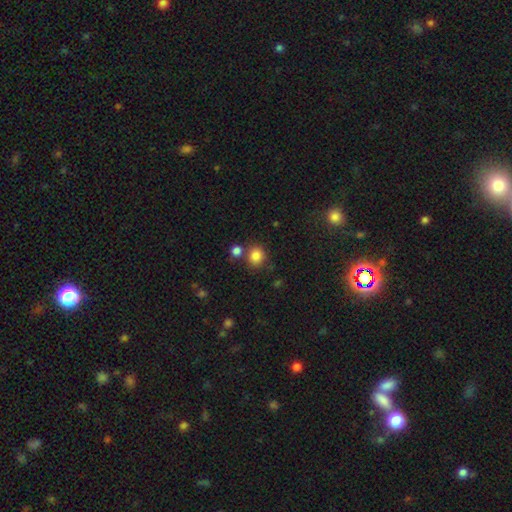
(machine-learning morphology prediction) Q: Smooth or featured?
A: smooth (83%); runner-up: star or artifact (11%)
Q: How rounded?
A: round (83%); runner-up: in between (16%)
Q: Merging?
A: none (71%); runner-up: merger (15%)